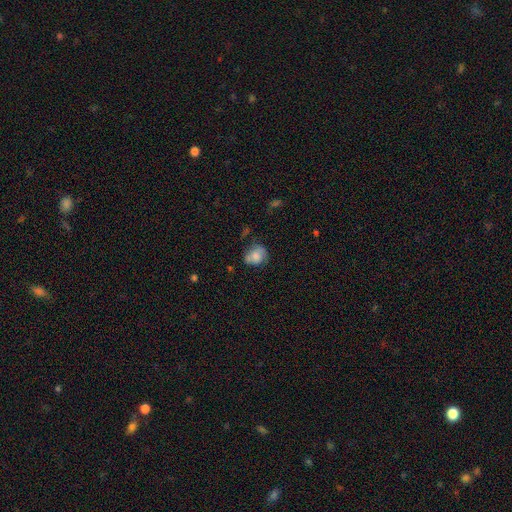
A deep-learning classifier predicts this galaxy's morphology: A smooth galaxy with no disk features (70%) that is round (53%). Merging: none (51%).